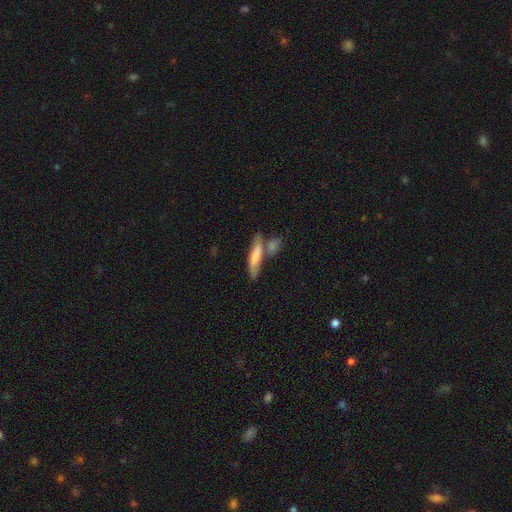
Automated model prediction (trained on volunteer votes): Q: Smooth or featured?
A: smooth (65%); runner-up: featured or disk (29%)
Q: How rounded?
A: cigar-shaped (77%); runner-up: in between (21%)
Q: Merging?
A: none (46%); runner-up: merger (33%)